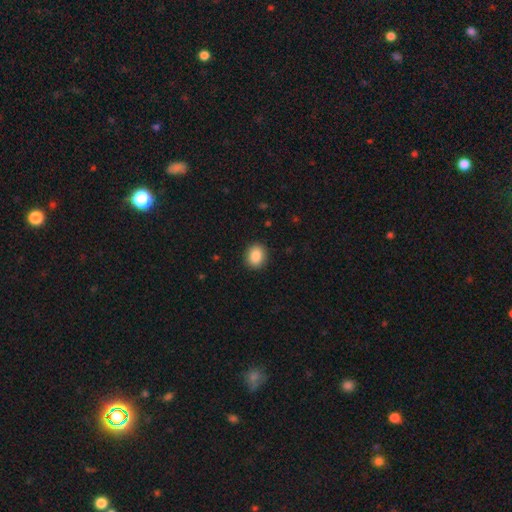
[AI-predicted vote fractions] smooth-or-featured: smooth: 88% | star or artifact: 8% | featured or disk: 4%
  how-rounded: round: 55% | in between: 44% | cigar-shaped: 1%
  merging: none: 90% | minor disturbance: 7% | major disturbance: 2% | merger: 1%